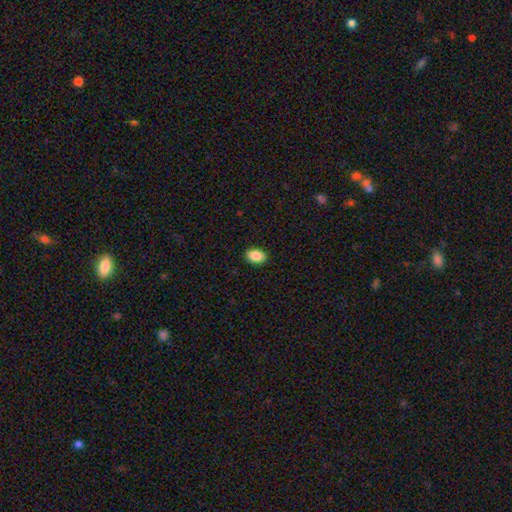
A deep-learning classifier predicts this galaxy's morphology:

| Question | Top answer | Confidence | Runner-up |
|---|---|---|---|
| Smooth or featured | smooth | 88% | star or artifact (8%) |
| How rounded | in between | 87% | round (12%) |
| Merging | none | 91% | minor disturbance (7%) |